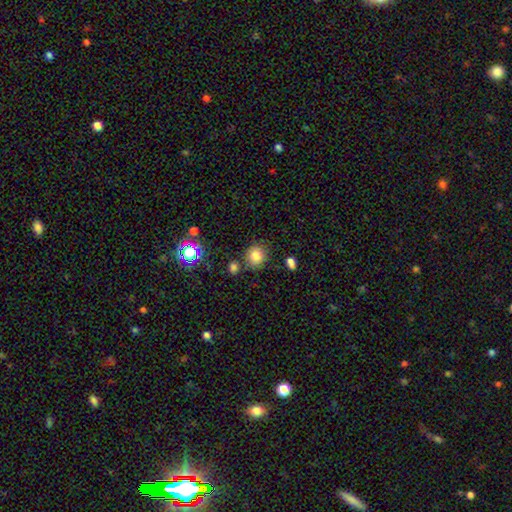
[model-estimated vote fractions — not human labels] Overall: smooth (79%). How rounded: round (83%). Merging: none (78%).